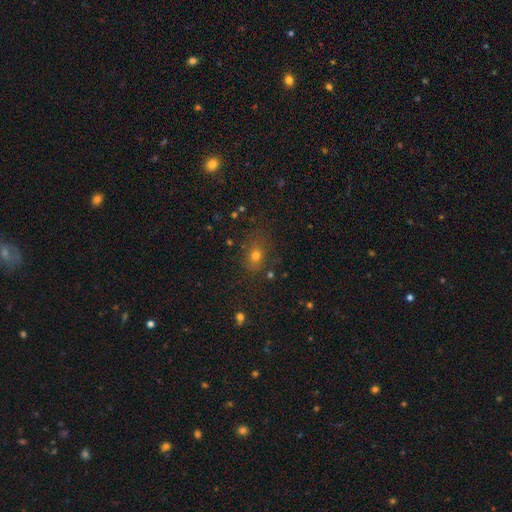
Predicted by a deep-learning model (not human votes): The model was most divided on "how rounded": in between: 51%, round: 47%, cigar-shaped: 2%. More confident: merging — none (76%); smooth or featured — smooth (67%).